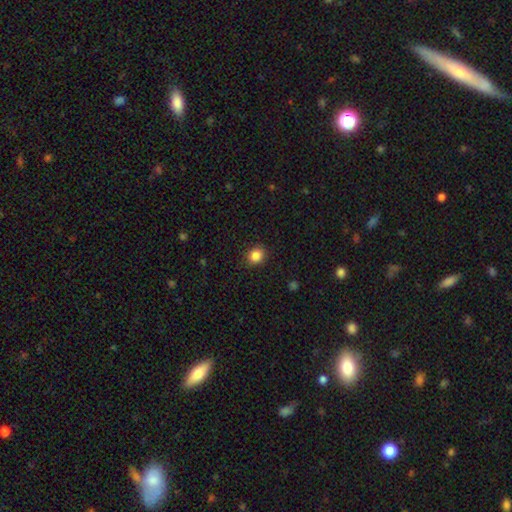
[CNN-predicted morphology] A smooth galaxy with no disk features (86%) that is round (69%).

Vote fractions:
- Smooth or featured? smooth: 86% / star or artifact: 10% / featured or disk: 4%
- How rounded? round: 69% / in between: 30% / cigar-shaped: 1%
- Merging? none: 89% / minor disturbance: 8% / major disturbance: 2% / merger: 1%